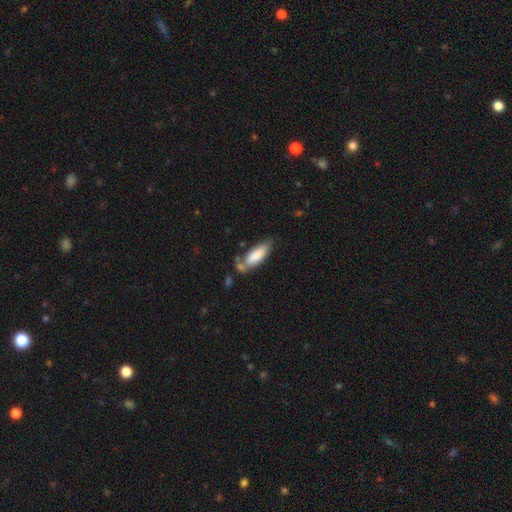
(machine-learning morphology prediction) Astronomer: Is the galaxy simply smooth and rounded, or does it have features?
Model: smooth — 80%.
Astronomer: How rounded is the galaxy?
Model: in between — 69%.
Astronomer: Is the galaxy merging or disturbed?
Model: none — 46% (runner-up: minor disturbance, 24%).